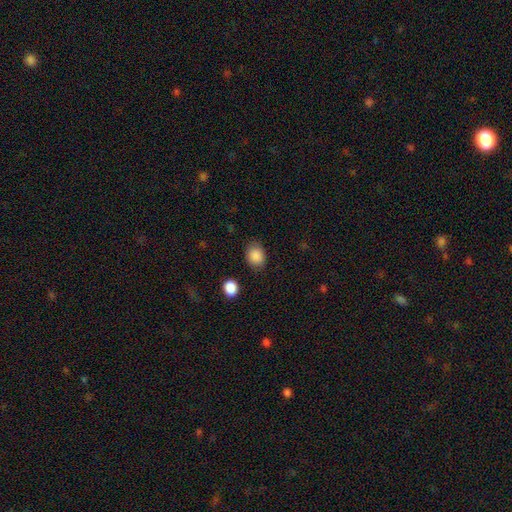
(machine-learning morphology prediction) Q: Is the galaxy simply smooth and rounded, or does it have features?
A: smooth — 88%.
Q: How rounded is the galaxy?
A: round — 51%.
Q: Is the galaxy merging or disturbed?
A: none — 81%.